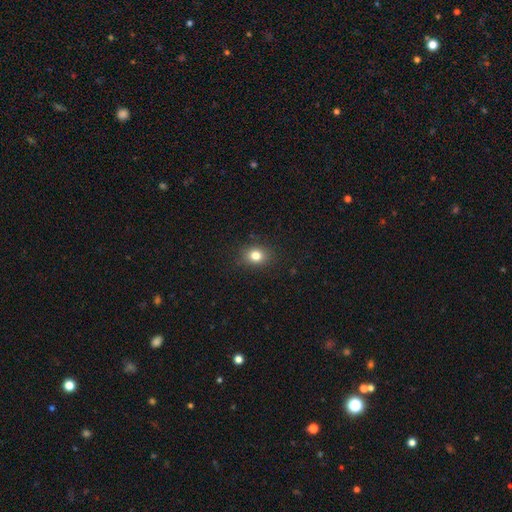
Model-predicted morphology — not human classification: This appears to be a smooth galaxy with no disk features (81%) that is round (60%). Merging: none (88%).